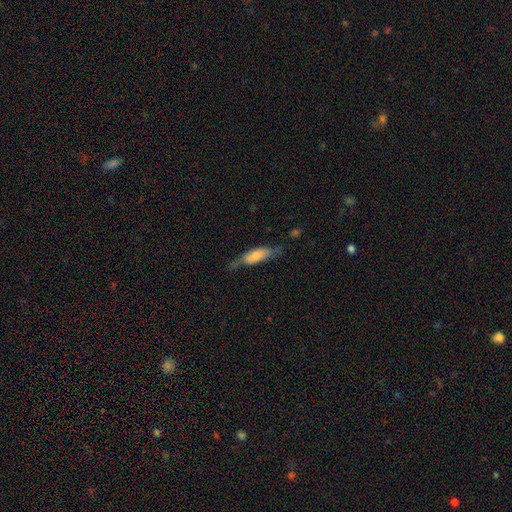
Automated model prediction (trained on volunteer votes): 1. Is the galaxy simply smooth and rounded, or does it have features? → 57% smooth, 37% featured or disk, 7% star or artifact.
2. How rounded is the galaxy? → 55% in between, 43% cigar-shaped, 2% round.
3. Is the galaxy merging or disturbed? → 47% none, 32% minor disturbance, 18% major disturbance, 3% merger.